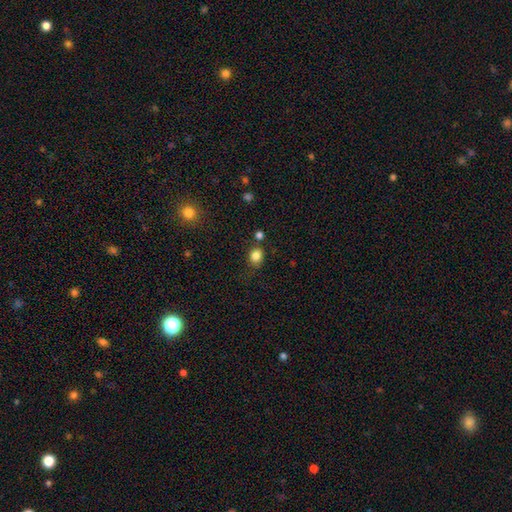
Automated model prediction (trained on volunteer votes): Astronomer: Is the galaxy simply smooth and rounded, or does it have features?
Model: smooth — 83%.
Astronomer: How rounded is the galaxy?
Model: round — 67%.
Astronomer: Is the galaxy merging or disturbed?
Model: none — 70%.